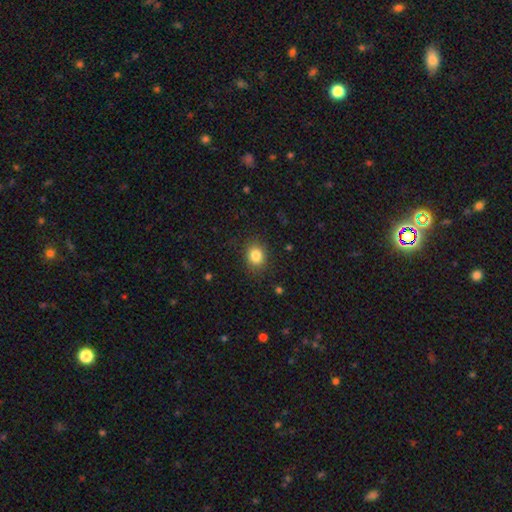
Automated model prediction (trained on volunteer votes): A smooth galaxy with no disk features (84%) that is round (60%). Merging: none (87%).